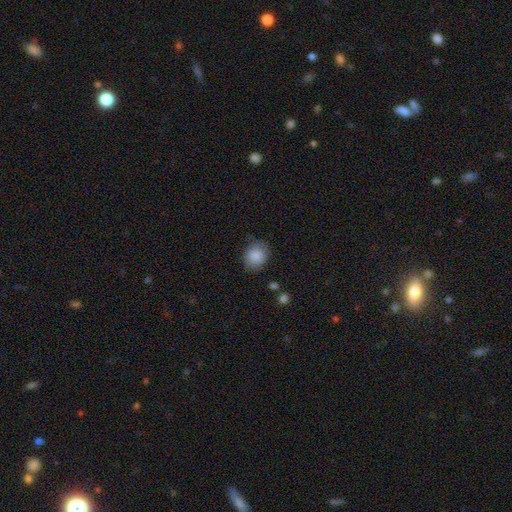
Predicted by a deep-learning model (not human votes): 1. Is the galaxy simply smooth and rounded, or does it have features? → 87% smooth, 7% star or artifact, 6% featured or disk.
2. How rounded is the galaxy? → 62% round, 37% in between, 1% cigar-shaped.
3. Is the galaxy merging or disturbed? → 79% none, 15% minor disturbance, 4% major disturbance, 2% merger.